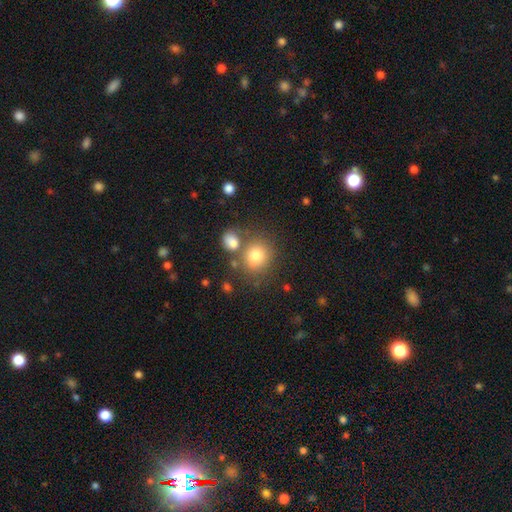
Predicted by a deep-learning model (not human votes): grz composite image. It shows a smooth galaxy with no disk features (79%) that is round (81%). Merging: none (64%).